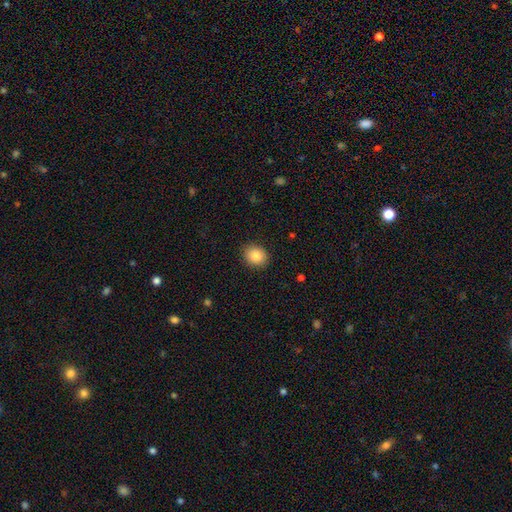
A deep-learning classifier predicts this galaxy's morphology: Smooth or featured?
  - smooth: 86% *
  - star or artifact: 8%
  - featured or disk: 6%
How rounded?
  - round: 63% *
  - in between: 37%
  - cigar-shaped: 1%
Merging?
  - none: 89% *
  - minor disturbance: 8%
  - major disturbance: 2%
  - merger: 1%